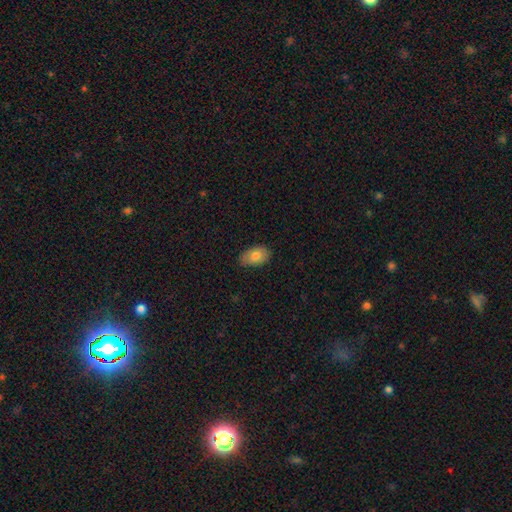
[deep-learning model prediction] This is likely a smooth galaxy (80%). How rounded: clearly in between (91%). Merging: clearly none (82%).